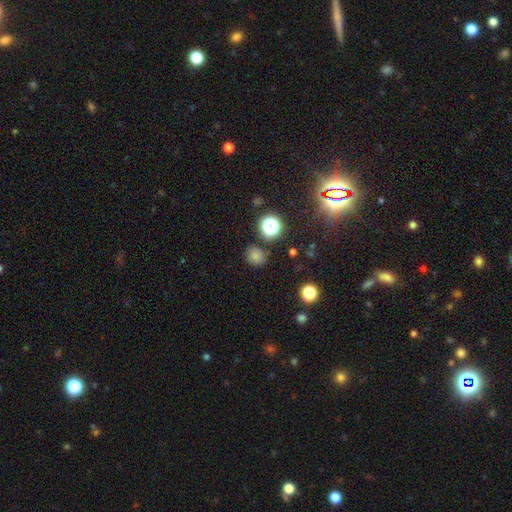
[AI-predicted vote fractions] This appears to be a smooth galaxy with no disk features (74%) that is round (77%). Merging: none (81%).